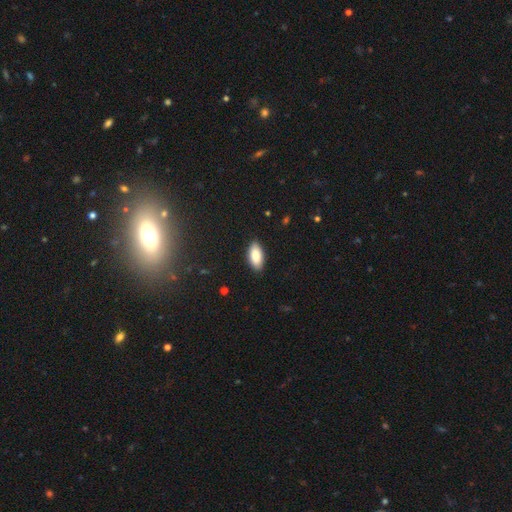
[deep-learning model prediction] Q: Smooth or featured?
A: smooth (87%); runner-up: featured or disk (7%)
Q: How rounded?
A: in between (91%); runner-up: cigar-shaped (7%)
Q: Merging?
A: none (88%); runner-up: minor disturbance (9%)